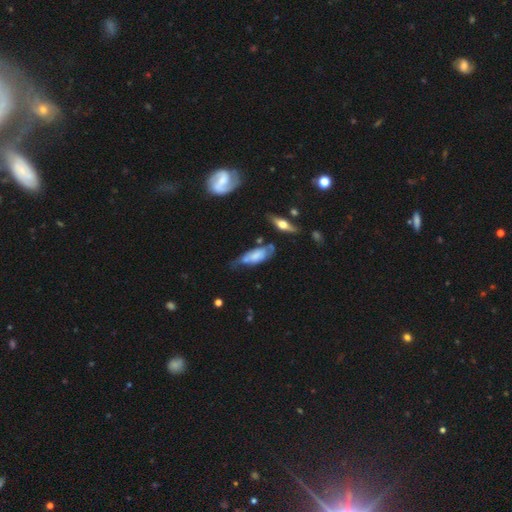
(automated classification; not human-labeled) The model was most divided on "merging": minor disturbance: 37%, none: 33%, major disturbance: 19%, merger: 10%. More confident: how rounded — in between (72%); smooth or featured — smooth (51%).